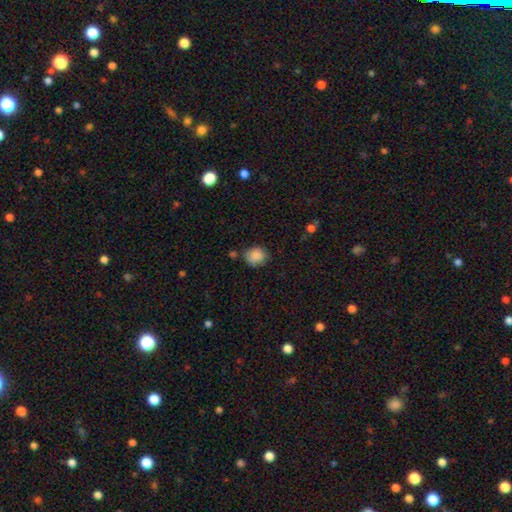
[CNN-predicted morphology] Q: Smooth or featured?
A: smooth (87%); runner-up: star or artifact (8%)
Q: How rounded?
A: round (76%); runner-up: in between (23%)
Q: Merging?
A: none (72%); runner-up: minor disturbance (18%)